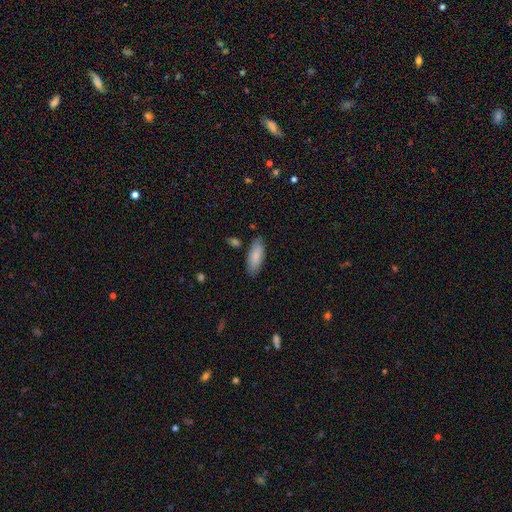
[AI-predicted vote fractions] Smooth or featured: smooth — 83% (featured or disk — 11%)
How rounded: in between — 76% (cigar-shaped — 22%)
Merging: none — 82% (minor disturbance — 13%)